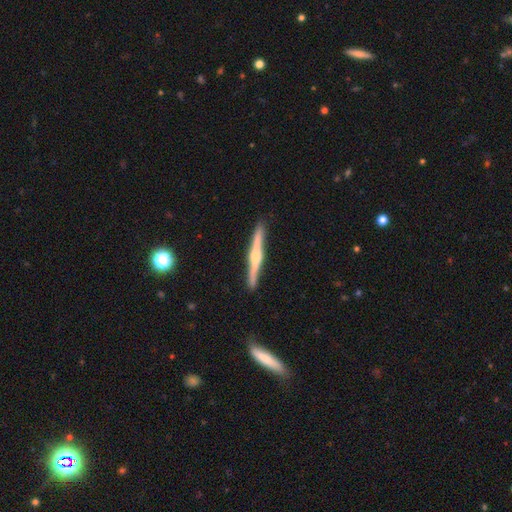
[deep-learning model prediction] Smooth or featured? featured or disk (74%)
Edge-on disk? yes (98%)
Edge-on bulge? rounded (80%)
Merging? none (91%)